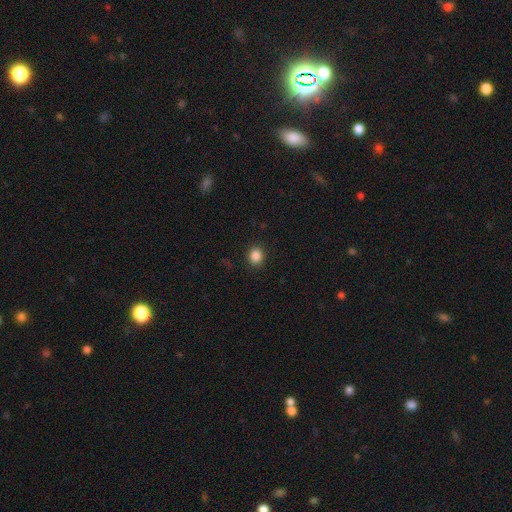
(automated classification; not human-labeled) This is clearly a smooth galaxy (86%). How rounded: clearly round (81%). Merging: clearly none (90%).